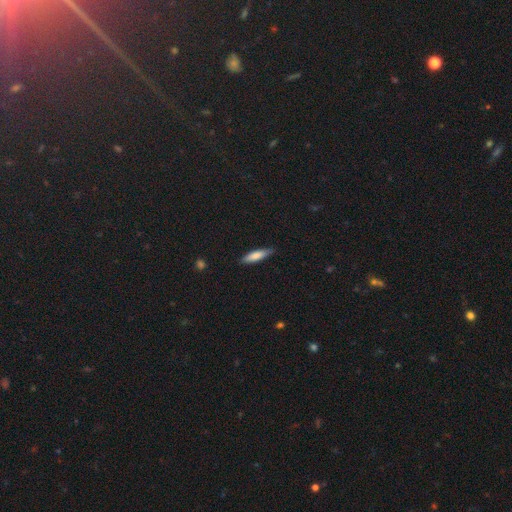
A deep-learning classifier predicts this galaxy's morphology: smooth 76%, featured or disk 18%, star or artifact 6%. Down the decision tree: how rounded — cigar-shaped (76%); merging — none (86%).